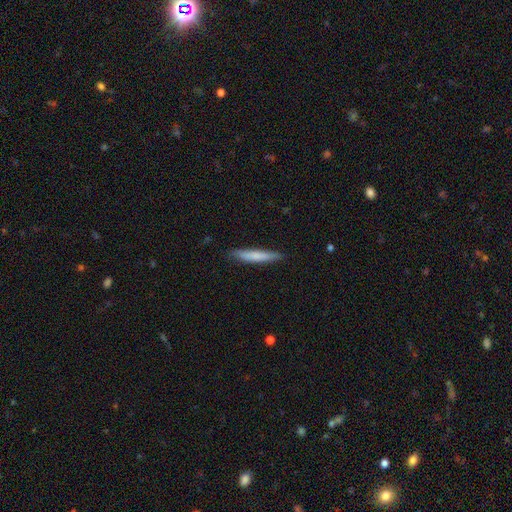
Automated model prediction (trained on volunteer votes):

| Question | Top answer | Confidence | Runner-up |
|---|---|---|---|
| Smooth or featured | smooth | 73% | featured or disk (22%) |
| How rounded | cigar-shaped | 93% | in between (5%) |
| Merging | none | 87% | minor disturbance (10%) |